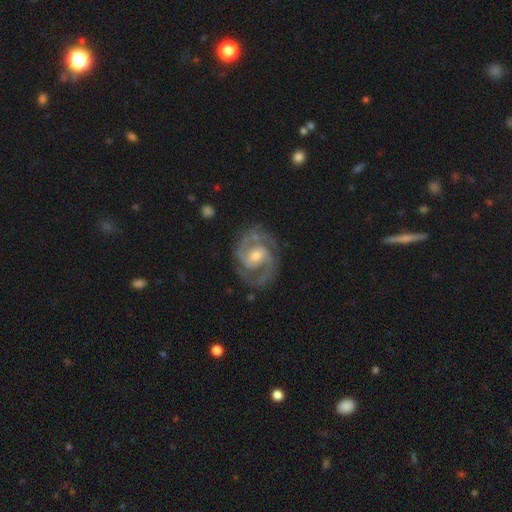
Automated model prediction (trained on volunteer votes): Smooth or featured? Predicted: featured or disk (p=0.91). Edge-on disk? Predicted: no (p=0.98). Bar? Predicted: weak (p=0.47). Spiral arms? Predicted: yes (p=0.98). Spiral winding? Predicted: medium (p=0.54). Spiral arm count? Predicted: 2 (p=0.81). Bulge size? Predicted: moderate (p=0.52). Merging? Predicted: none (p=0.79).